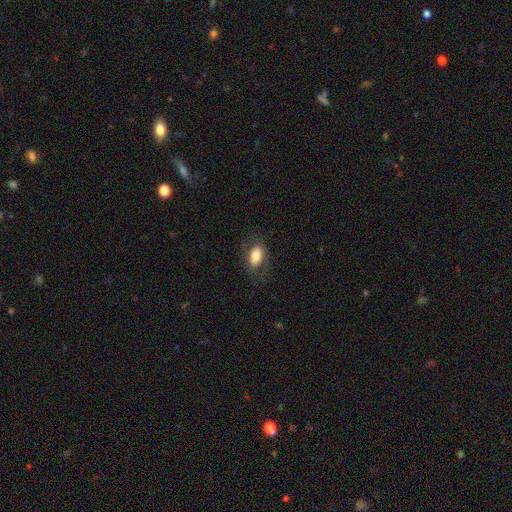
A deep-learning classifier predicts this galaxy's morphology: Overall: smooth (74%). How rounded: in between (89%). Merging: none (74%).